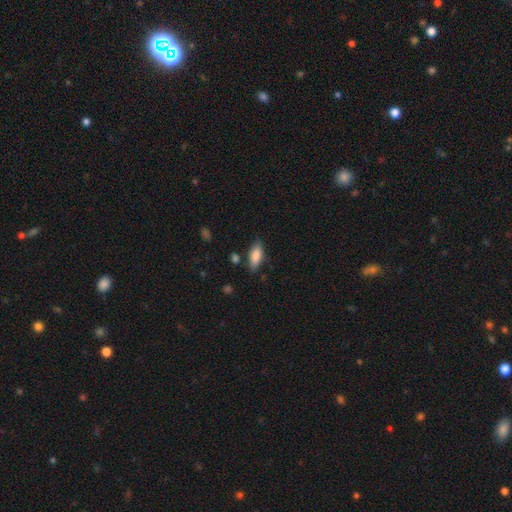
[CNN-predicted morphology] Smooth or featured? Predicted: smooth (p=0.84). How rounded? Predicted: in between (p=0.78). Merging? Predicted: none (p=0.80).